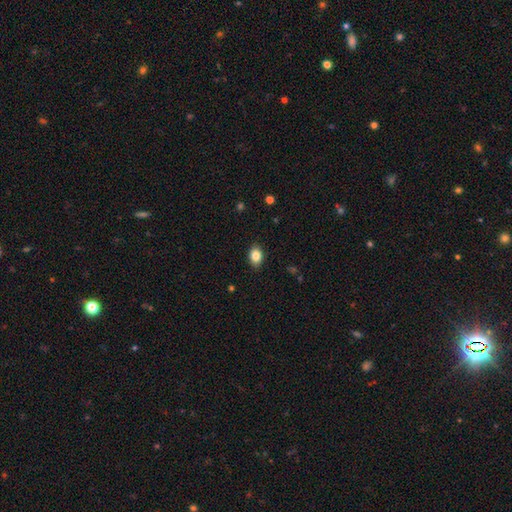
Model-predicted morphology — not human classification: smooth 85%, star or artifact 9%, featured or disk 6%. Down the decision tree: how rounded — in between (74%); merging — none (88%).